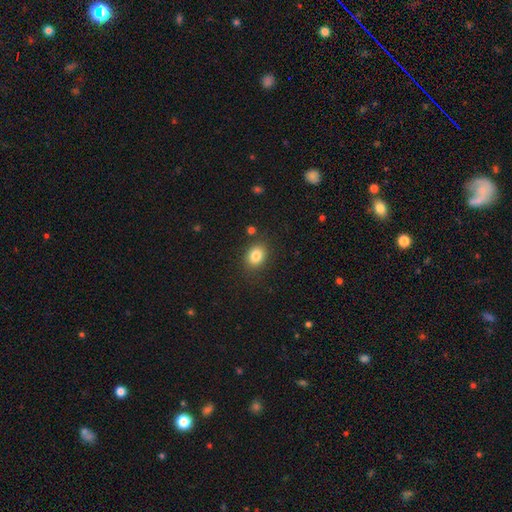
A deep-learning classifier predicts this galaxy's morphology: The model was most divided on "how rounded": in between: 58%, round: 41%, cigar-shaped: 1%. More confident: smooth or featured — smooth (84%); merging — none (83%).